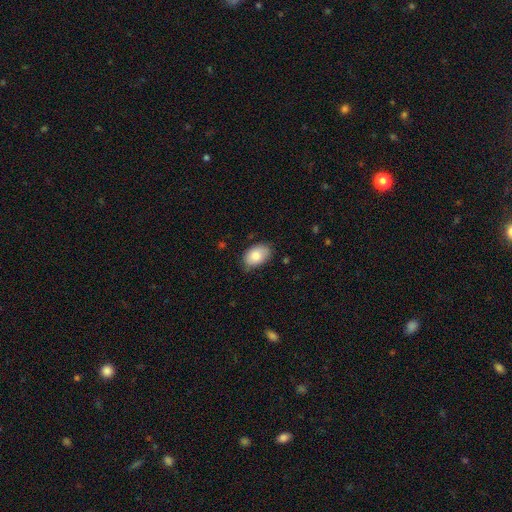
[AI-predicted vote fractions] This appears to be a smooth galaxy with no disk features (83%) that is in between round and cigar-shaped (89%). Merging: none (71%).